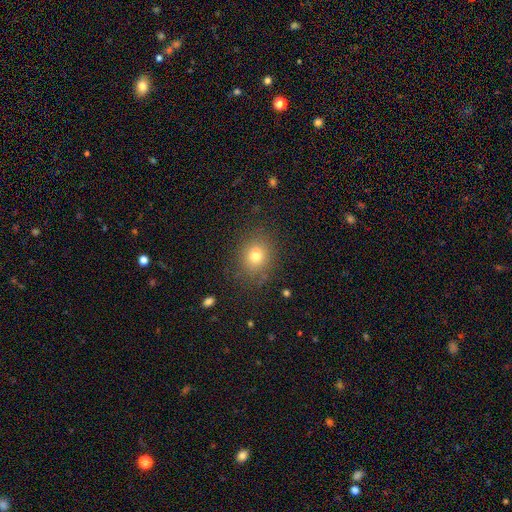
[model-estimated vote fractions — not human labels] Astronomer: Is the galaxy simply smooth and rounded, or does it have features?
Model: smooth — 73%.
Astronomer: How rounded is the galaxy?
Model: round — 63%.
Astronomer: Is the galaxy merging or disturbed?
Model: none — 68%.